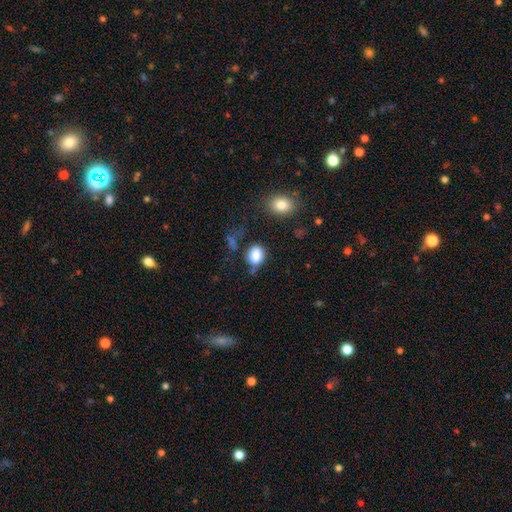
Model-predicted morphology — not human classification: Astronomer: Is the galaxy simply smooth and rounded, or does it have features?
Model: smooth — 84%.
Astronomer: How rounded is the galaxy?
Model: in between — 56% (runner-up: round, 43%).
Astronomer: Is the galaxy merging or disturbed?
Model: none — 61%.